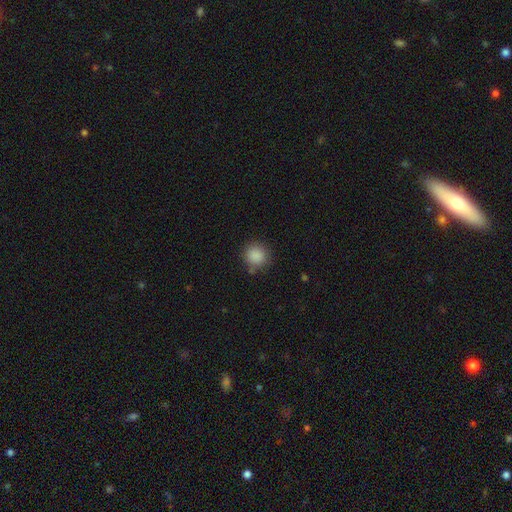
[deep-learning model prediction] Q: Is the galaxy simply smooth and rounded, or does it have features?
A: smooth — 87%.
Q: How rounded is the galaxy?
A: round — 88%.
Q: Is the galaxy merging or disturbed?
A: none — 82%.